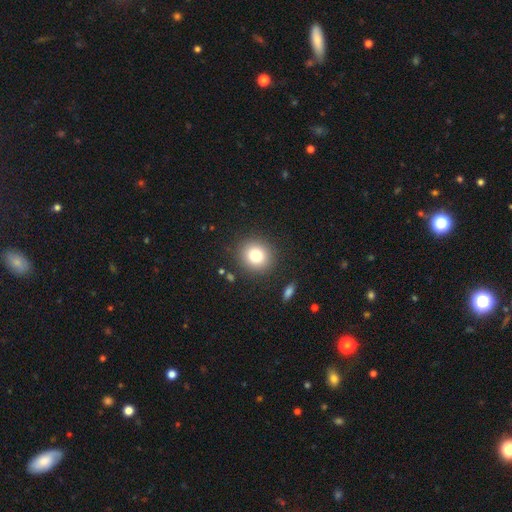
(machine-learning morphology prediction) A smooth galaxy with no disk features (80%) that is round (86%). Merging: none (88%).